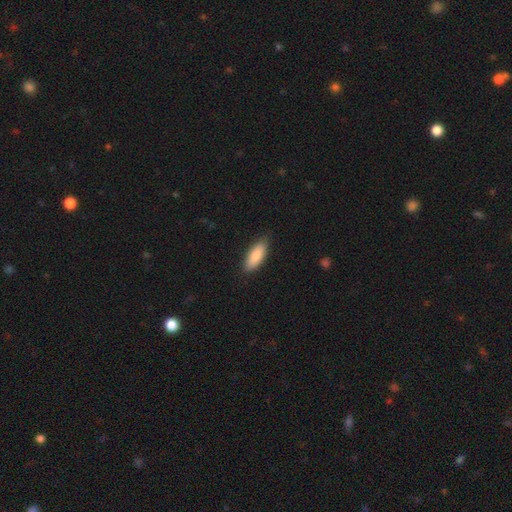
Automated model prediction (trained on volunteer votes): Q: Smooth or featured?
A: smooth (87%); runner-up: featured or disk (7%)
Q: How rounded?
A: in between (74%); runner-up: cigar-shaped (24%)
Q: Merging?
A: none (82%); runner-up: minor disturbance (14%)